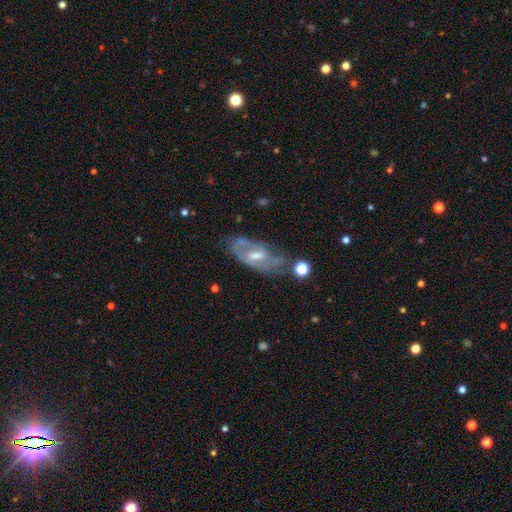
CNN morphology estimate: Overall: featured or disk (73%). Edge-on disk: no (87%). Bar: weak (49%; no 32%). Spiral arms: yes (73%). Bulge size: moderate (54%; small 37%). Merging: none (57%; minor disturbance 23%).